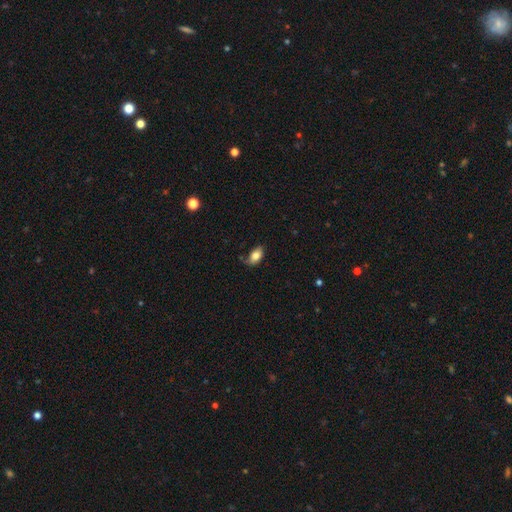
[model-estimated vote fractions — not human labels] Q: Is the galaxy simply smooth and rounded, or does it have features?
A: smooth — 79%.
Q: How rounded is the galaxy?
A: in between — 91%.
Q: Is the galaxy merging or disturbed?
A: none — 60%.